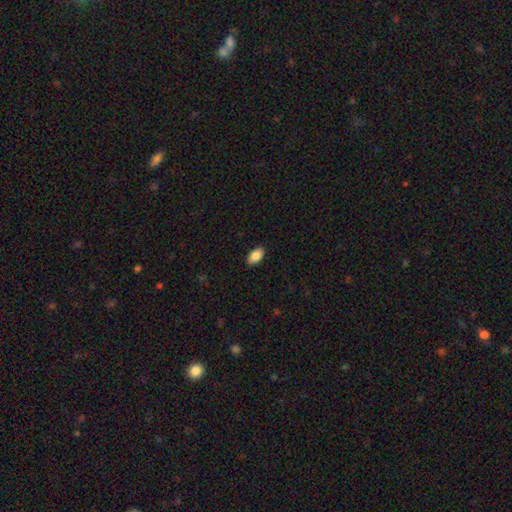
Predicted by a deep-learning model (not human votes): Smooth or featured? Predicted: smooth (p=0.86). How rounded? Predicted: in between (p=0.93). Merging? Predicted: none (p=0.89).